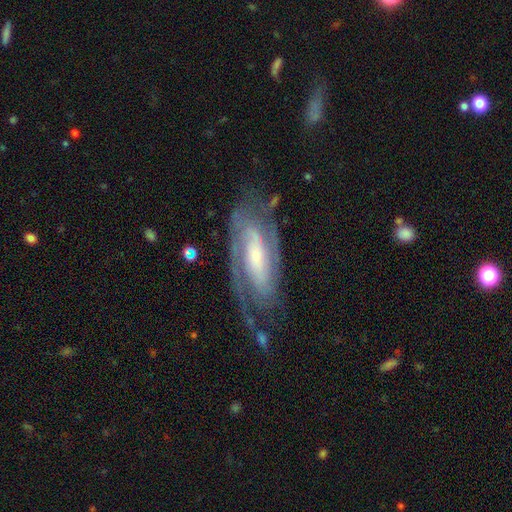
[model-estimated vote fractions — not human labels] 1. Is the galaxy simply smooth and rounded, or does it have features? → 87% featured or disk, 8% smooth, 5% star or artifact.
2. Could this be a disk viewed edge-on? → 93% no, 7% yes.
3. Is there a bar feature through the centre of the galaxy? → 39% no, 35% weak, 26% strong.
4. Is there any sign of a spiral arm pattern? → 96% yes, 4% no.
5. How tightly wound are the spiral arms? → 50% tight, 39% medium, 10% loose.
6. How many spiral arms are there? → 67% 2, 14% can't tell, 8% 3, 4% 1, 3% 4, 3% more than 4.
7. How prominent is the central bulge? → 49% small, 33% moderate, 10% large, 6% none, 2% dominant.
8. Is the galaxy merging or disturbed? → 66% none, 19% minor disturbance, 13% major disturbance, 2% merger.